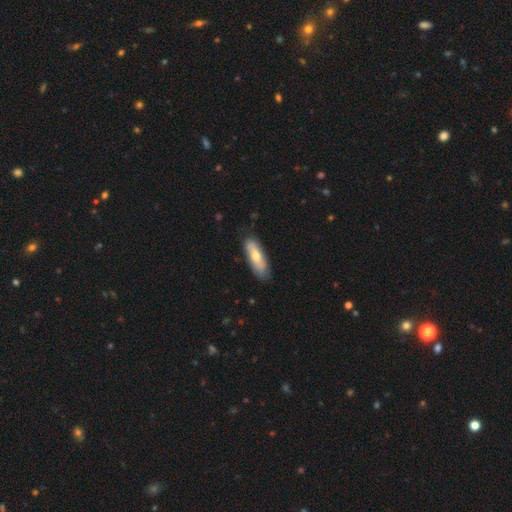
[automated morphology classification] Smooth or featured? smooth (59%)
How rounded? in between (55%)
Merging? none (80%)